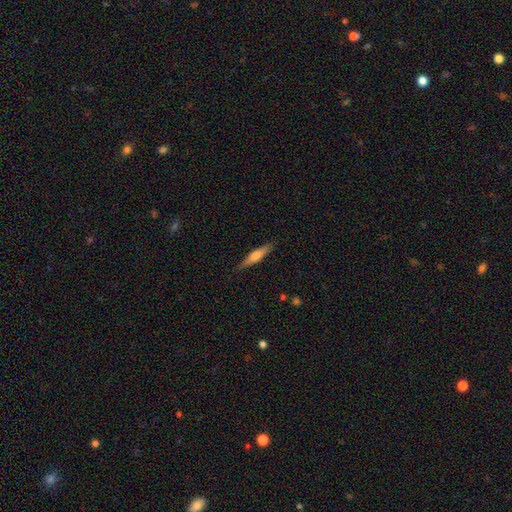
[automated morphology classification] The model was most divided on "smooth or featured" (2-way tie): smooth: 47%, featured or disk: 47%, star or artifact: 6%. More confident: merging — none (89%).